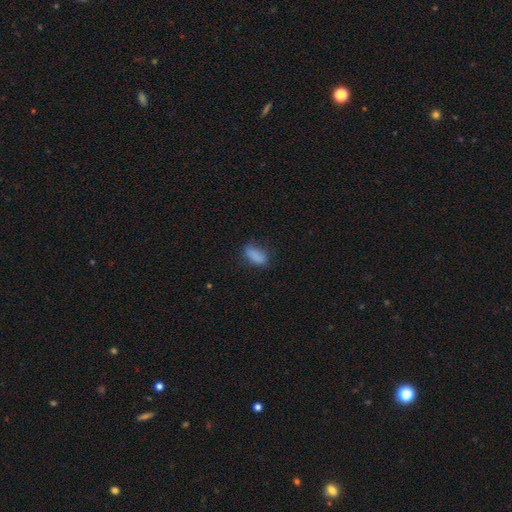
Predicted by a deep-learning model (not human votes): Q: Smooth or featured?
A: smooth (86%); runner-up: star or artifact (9%)
Q: How rounded?
A: in between (85%); runner-up: cigar-shaped (11%)
Q: Merging?
A: none (74%); runner-up: minor disturbance (20%)